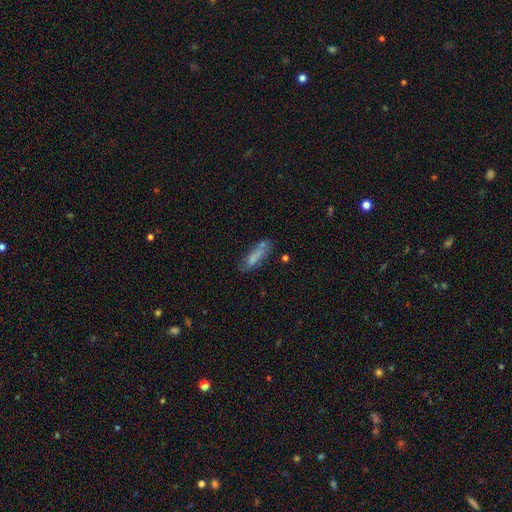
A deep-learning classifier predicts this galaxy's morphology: smooth 66%, featured or disk 24%, star or artifact 10%. Down the decision tree: how rounded — cigar-shaped (66%); merging — none (55%).